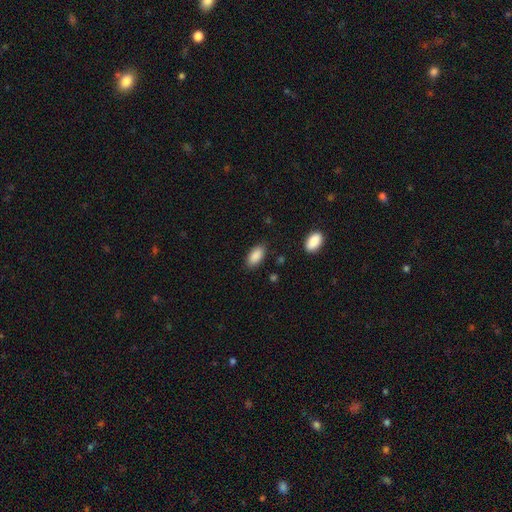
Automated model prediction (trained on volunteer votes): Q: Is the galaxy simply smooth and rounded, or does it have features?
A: smooth — 89%.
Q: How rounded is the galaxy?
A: in between — 93%.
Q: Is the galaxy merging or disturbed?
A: none — 84%.